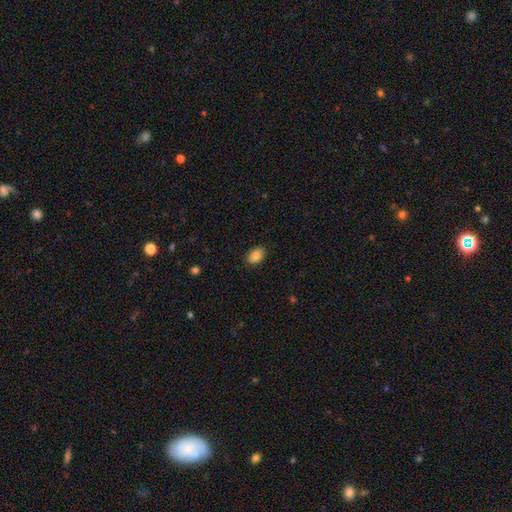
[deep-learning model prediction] Overall: smooth (86%). How rounded: in between (84%). Merging: none (87%).